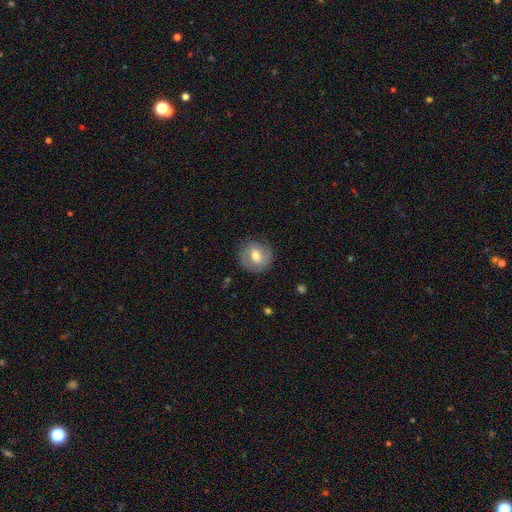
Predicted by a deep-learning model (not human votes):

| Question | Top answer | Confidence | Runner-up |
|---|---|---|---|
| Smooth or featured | smooth | 53% | featured or disk (40%) |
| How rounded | round | 83% | in between (16%) |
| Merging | none | 81% | minor disturbance (13%) |